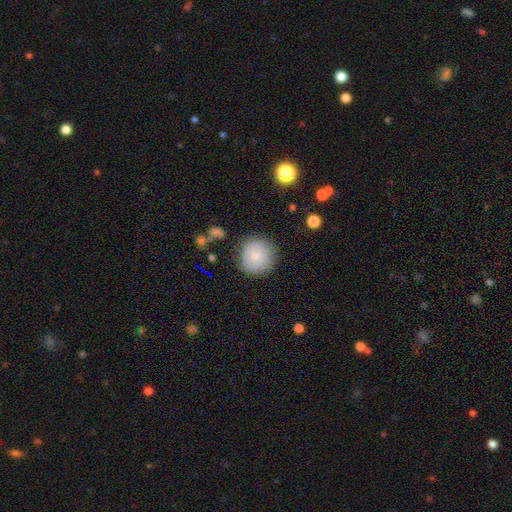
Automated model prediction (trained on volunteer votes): Smooth or featured? Predicted: smooth (p=0.79). How rounded? Predicted: round (p=0.93). Merging? Predicted: none (p=0.84).